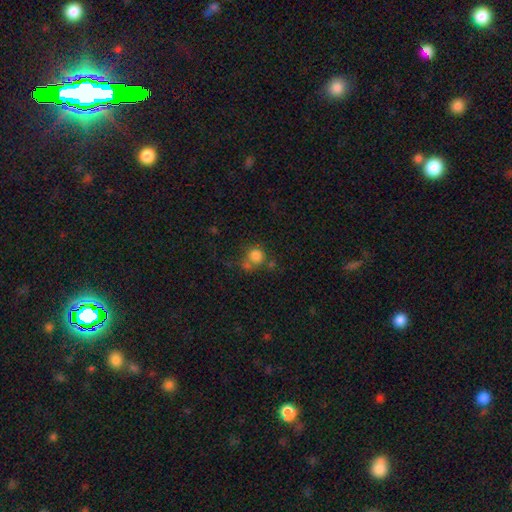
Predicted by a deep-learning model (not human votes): This appears to be a smooth galaxy with no disk features (79%) that is round (89%). Merging: none (56%).